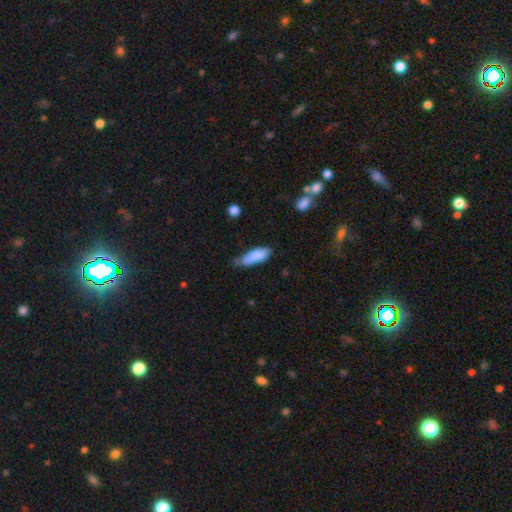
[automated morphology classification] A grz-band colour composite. It shows a smooth galaxy with no disk features (83%) that is in between round and cigar-shaped (60%). Merging: minor disturbance (43%).